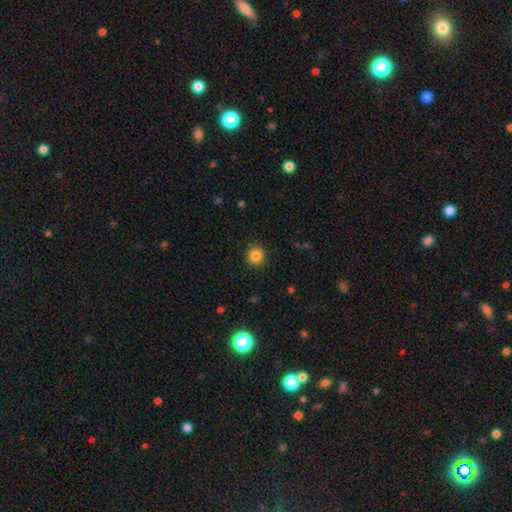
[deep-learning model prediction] Morphology: type=smooth (85%); roundness=round (93%); merging=none (90%).